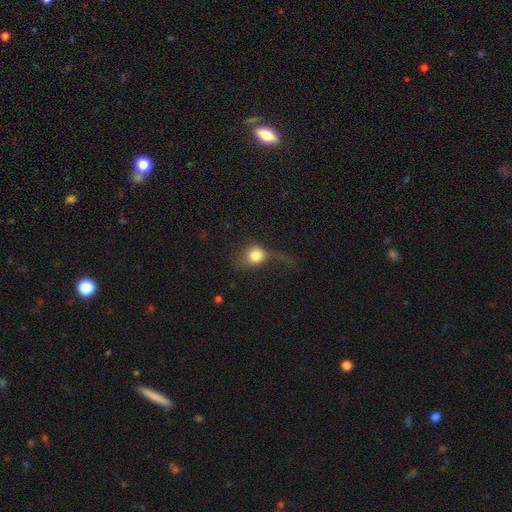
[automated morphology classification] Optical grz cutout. It shows a smooth galaxy with no disk features (75%) that is round (71%). Merging: major disturbance (46%).